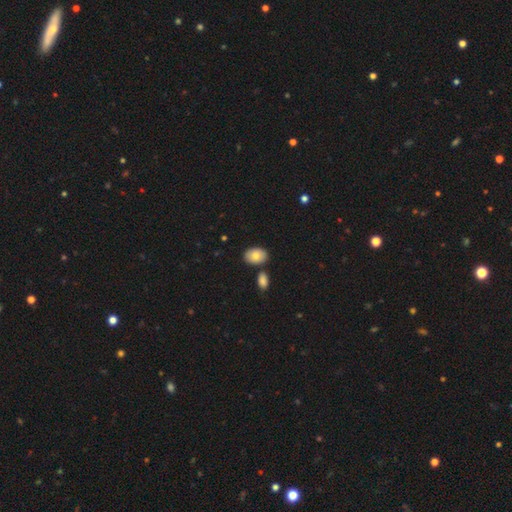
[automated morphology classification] This is clearly a smooth galaxy (81%). How rounded: clearly in between (85%). Merging: likely none (79%).